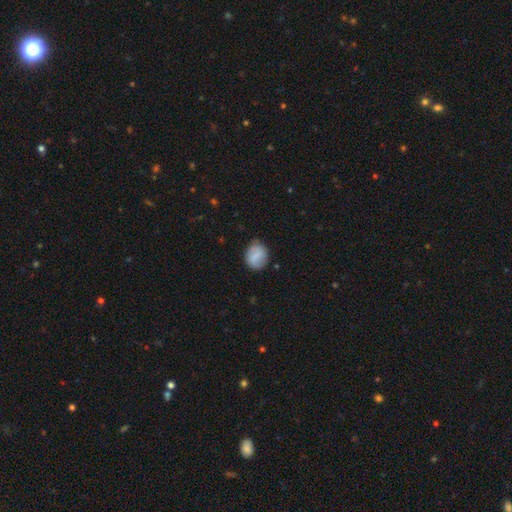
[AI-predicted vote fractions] smooth 70%, featured or disk 23%, star or artifact 8%. Down the decision tree: how rounded — round (62%); merging — none (75%).